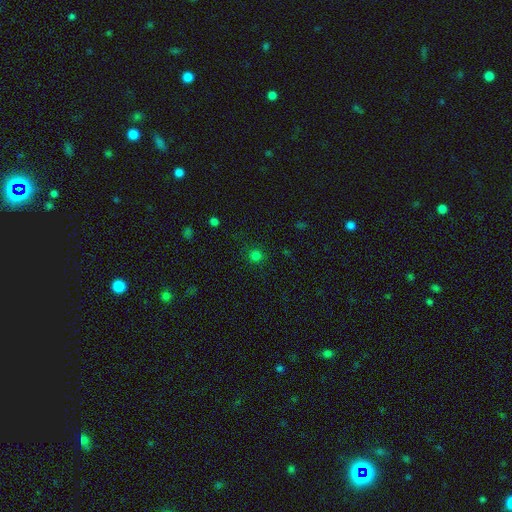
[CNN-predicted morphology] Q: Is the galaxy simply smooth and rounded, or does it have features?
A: smooth — 76%.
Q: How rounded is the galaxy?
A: round — 92%.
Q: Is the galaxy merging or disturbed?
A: none — 87%.